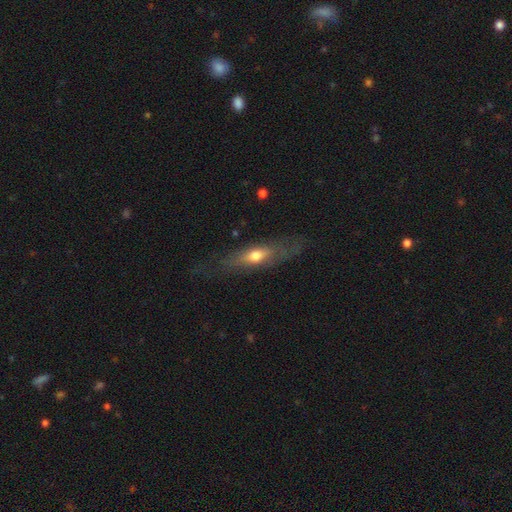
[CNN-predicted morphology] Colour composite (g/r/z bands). It shows a smooth galaxy with no disk features (47%). Merging: none (66%).